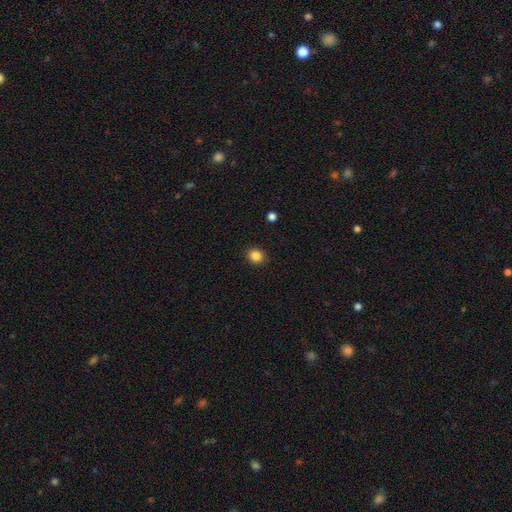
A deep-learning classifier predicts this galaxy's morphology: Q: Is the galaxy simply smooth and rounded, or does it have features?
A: smooth — 86%.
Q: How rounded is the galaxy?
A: round — 70%.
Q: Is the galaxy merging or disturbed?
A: none — 90%.